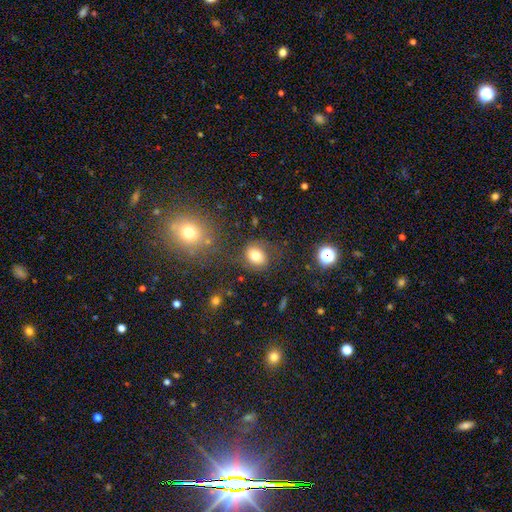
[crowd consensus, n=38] Smooth or featured? smooth (82%)
How rounded? round (55%)
Merging? none (74%)